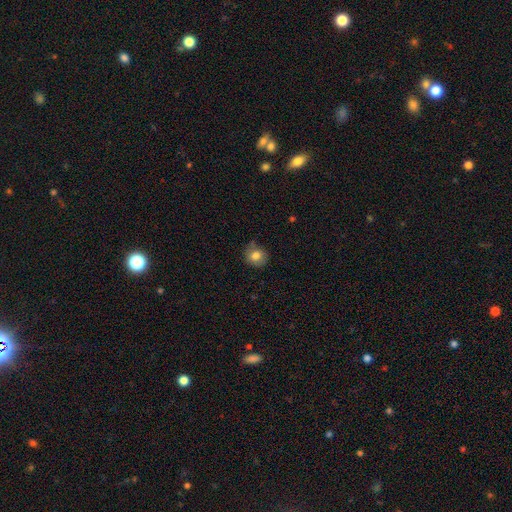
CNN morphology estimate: The model was most divided on "merging": none: 71%, minor disturbance: 22%, major disturbance: 5%, merger: 3%. More confident: how rounded — round (79%); smooth or featured — smooth (79%).